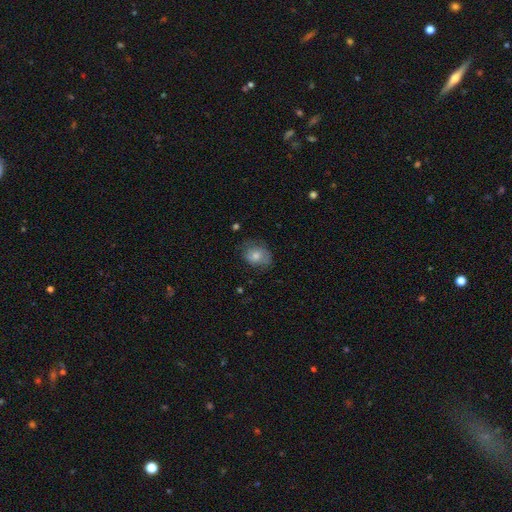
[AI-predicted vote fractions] Smooth or featured? Predicted: smooth (p=0.63). How rounded? Predicted: in between (p=0.61). Merging? Predicted: none (p=0.67).